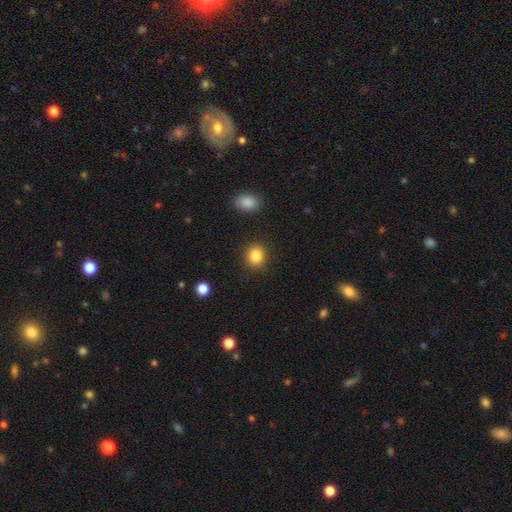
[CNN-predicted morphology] smooth_or_featured: smooth (p=0.85) [alt: star or artifact p=0.10]
how_rounded: round (p=0.75) [alt: in between p=0.24]
merging: none (p=0.89) [alt: minor disturbance p=0.07]